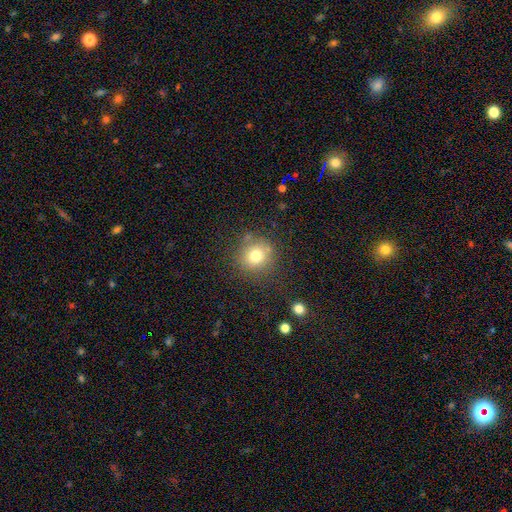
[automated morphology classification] This appears to be a smooth galaxy with no disk features (76%) that is round (89%). Merging: none (80%).